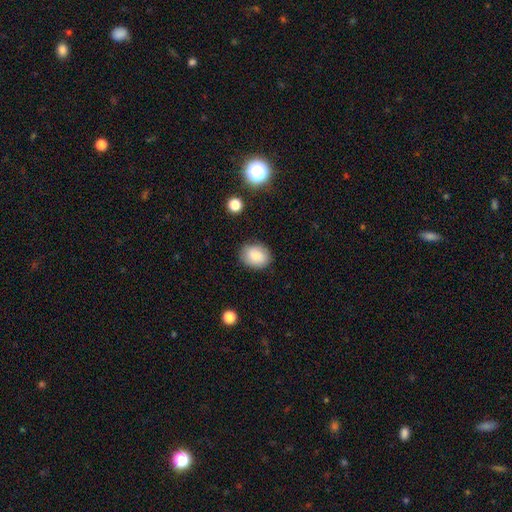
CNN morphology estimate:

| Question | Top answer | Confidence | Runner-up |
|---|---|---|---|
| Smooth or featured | smooth | 85% | star or artifact (8%) |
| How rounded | in between | 53% | round (46%) |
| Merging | none | 83% | minor disturbance (13%) |